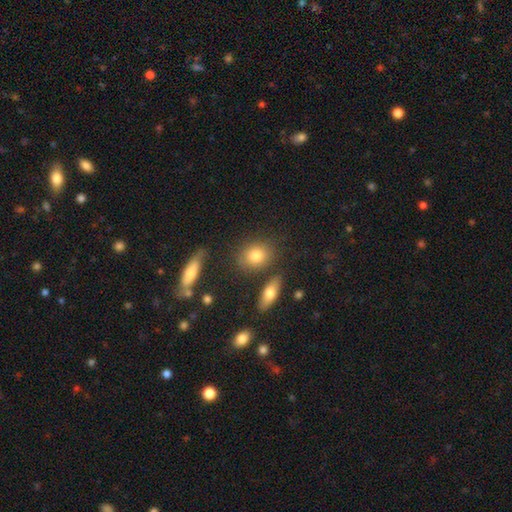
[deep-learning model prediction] Q: Smooth or featured?
A: smooth (81%); runner-up: featured or disk (10%)
Q: How rounded?
A: round (48%); tied with: in between (48%)
Q: Merging?
A: none (76%); runner-up: minor disturbance (13%)